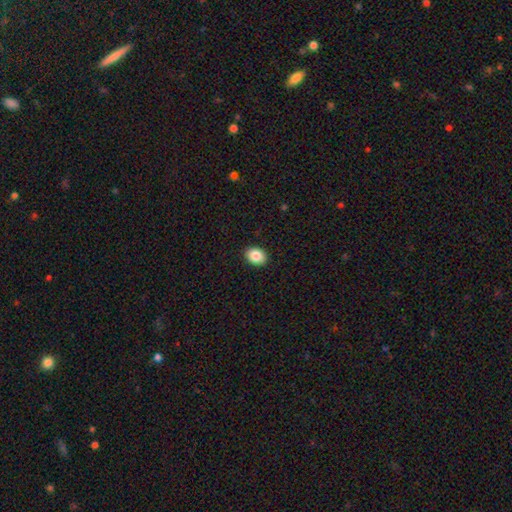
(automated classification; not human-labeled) smooth_or_featured: smooth (p=0.87) [alt: star or artifact p=0.08]
how_rounded: in between (p=0.69) [alt: round p=0.30]
merging: none (p=0.91) [alt: minor disturbance p=0.06]